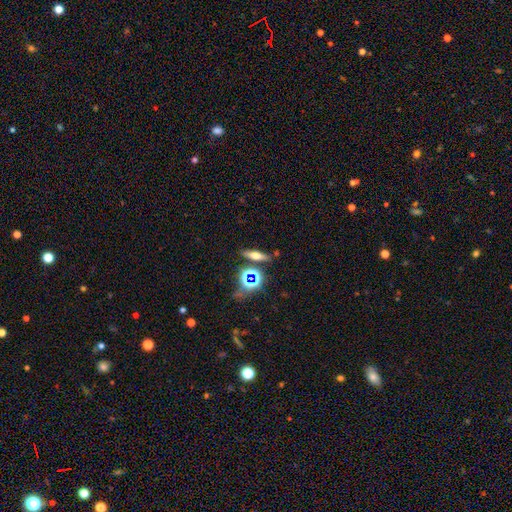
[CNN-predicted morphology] smooth_or_featured: smooth (p=0.44) [alt: featured or disk p=0.35]
merging: none (p=0.78) [alt: minor disturbance p=0.11]